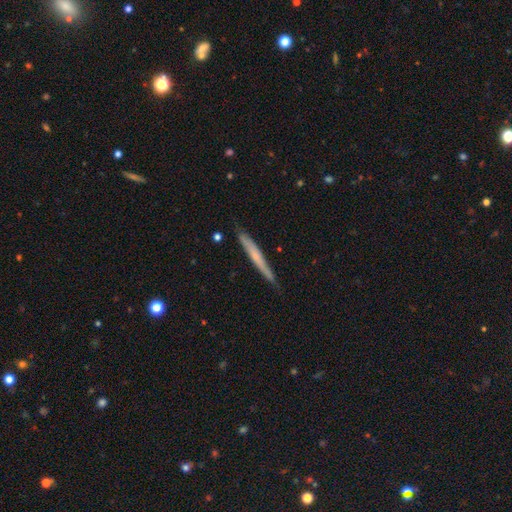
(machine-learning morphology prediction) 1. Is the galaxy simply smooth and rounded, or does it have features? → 48% smooth, 46% featured or disk, 6% star or artifact.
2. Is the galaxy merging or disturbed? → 84% none, 13% minor disturbance, 2% major disturbance, 1% merger.